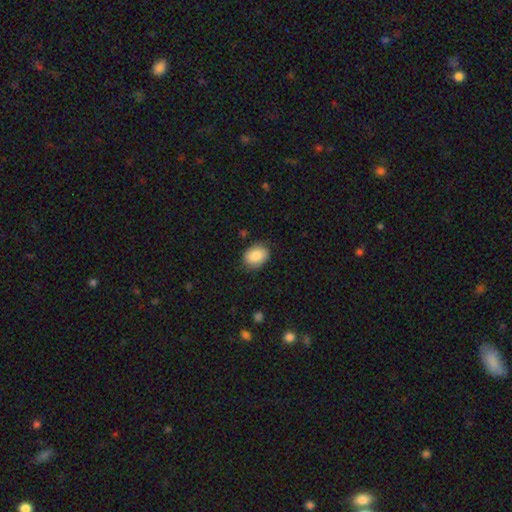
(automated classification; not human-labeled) Q: Smooth or featured?
A: smooth (86%); runner-up: star or artifact (7%)
Q: How rounded?
A: in between (69%); runner-up: round (30%)
Q: Merging?
A: none (80%); runner-up: minor disturbance (16%)